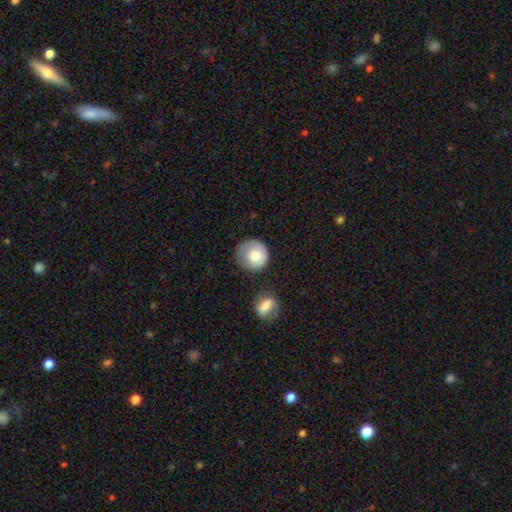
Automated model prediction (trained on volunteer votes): Smooth or featured? smooth (72%)
How rounded? round (88%)
Merging? none (59%)